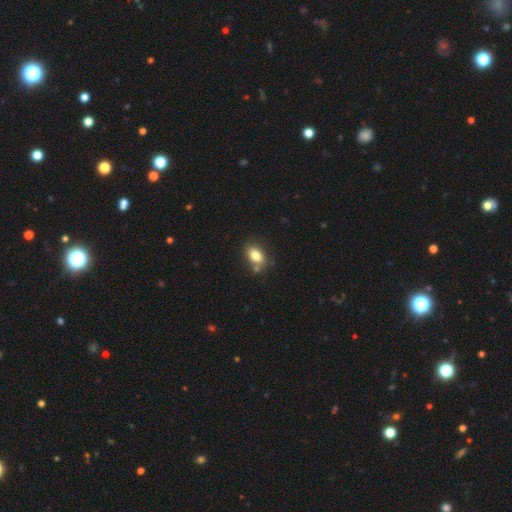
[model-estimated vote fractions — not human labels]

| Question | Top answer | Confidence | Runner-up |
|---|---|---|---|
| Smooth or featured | smooth | 82% | star or artifact (9%) |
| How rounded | in between | 80% | round (18%) |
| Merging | none | 73% | minor disturbance (13%) |